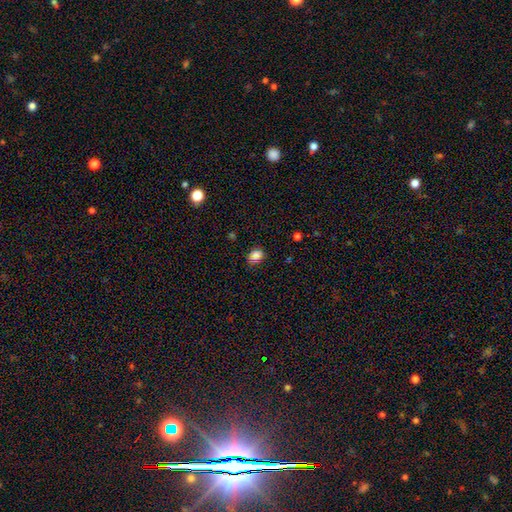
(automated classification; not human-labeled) The model was most divided on "how rounded": round: 53%, in between: 45%, cigar-shaped: 2%. More confident: merging — none (82%); smooth or featured — smooth (67%).